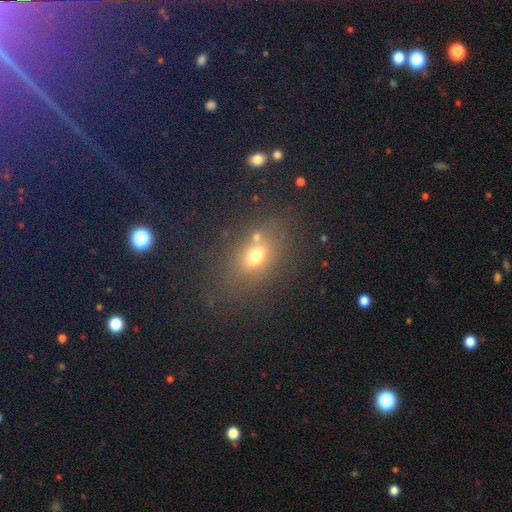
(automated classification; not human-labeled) Smooth or featured?
  - smooth: 64% *
  - star or artifact: 20%
  - featured or disk: 16%
How rounded?
  - in between: 66% *
  - round: 30%
  - cigar-shaped: 4%
Merging?
  - none: 70% *
  - minor disturbance: 14%
  - merger: 9%
  - major disturbance: 7%